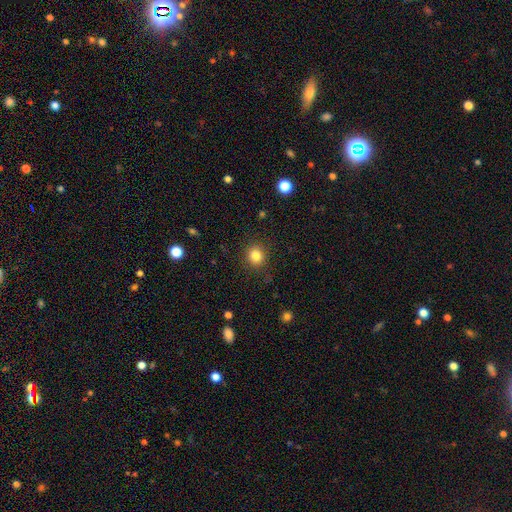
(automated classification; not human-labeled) The model was most divided on "smooth or featured": smooth: 83%, star or artifact: 12%, featured or disk: 5%. More confident: merging — none (88%); how rounded — round (86%).